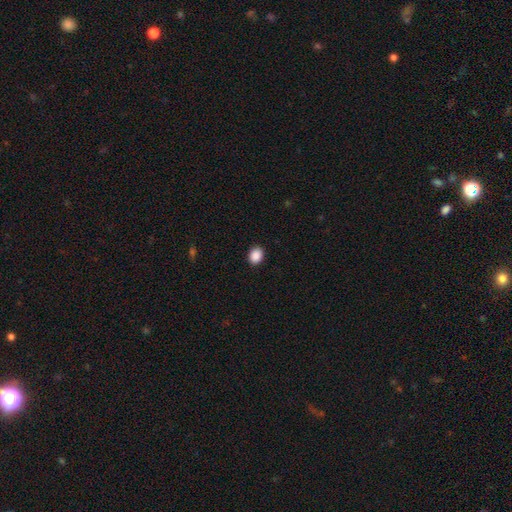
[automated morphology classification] A smooth galaxy with no disk features (89%) that is in between round and cigar-shaped (54%). Merging: none (91%).